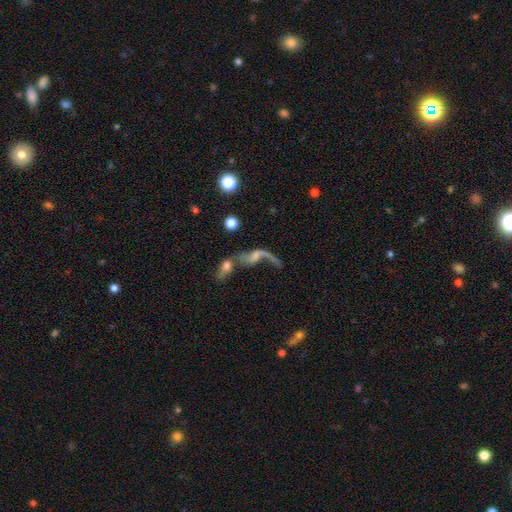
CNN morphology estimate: Smooth or featured? featured or disk (57%)
Edge-on disk? no (91%)
Bar? no (64%)
Spiral arms? yes (64%)
Bulge size? none (43%)
Merging? merger (52%)